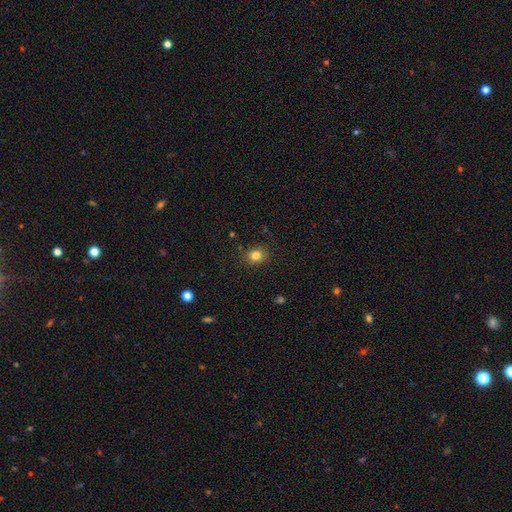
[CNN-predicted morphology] Smooth or featured? smooth (81%)
How rounded? round (63%)
Merging? none (87%)